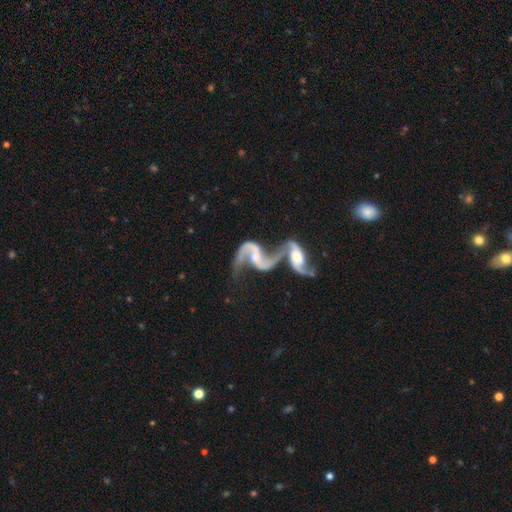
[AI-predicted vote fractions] This is clearly a featured or disk galaxy (90%). It is clearly not viewed edge-on (96%). Bar: marginally weak (44%). Spiral arm pattern: clearly yes (95%). Spiral arm count: clearly 2 (91%). Spiral winding: likely loose (77%). Central bulge: marginally small (41%). Merging: likely merger (71%).